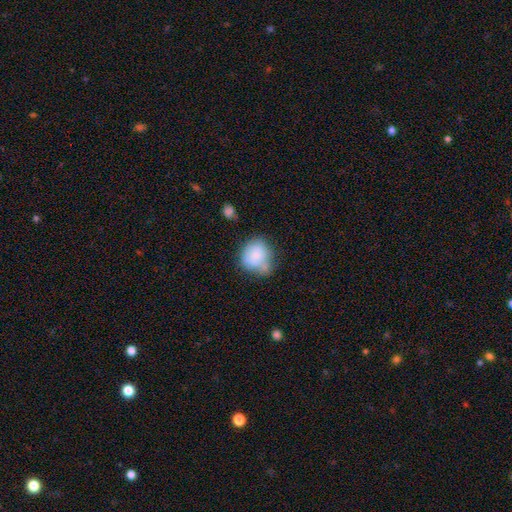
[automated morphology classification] A smooth galaxy with no disk features (80%) that is round (66%). Merging: none (42%).